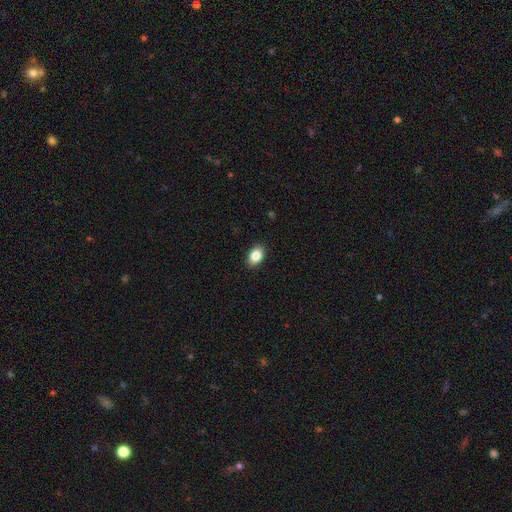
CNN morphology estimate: type=smooth (85%); roundness=in between (85%); merging=none (89%).